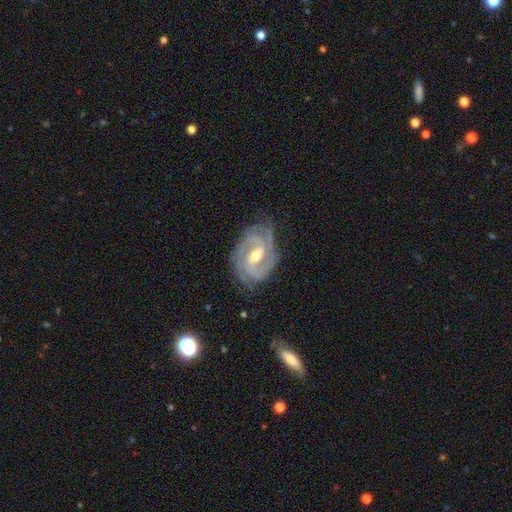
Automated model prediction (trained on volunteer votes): smooth-or-featured: featured or disk: 91% | smooth: 5% | star or artifact: 4%
  disk-edge-on: no: 97% | yes: 3%
    bar: weak: 51% | strong: 33% | no: 17%
    has-spiral-arms: yes: 97% | no: 3%
      spiral-winding: tight: 60% | medium: 34% | loose: 6%
      spiral-arm-count: 2: 48% | 3: 27% | can't tell: 12% | 4: 6% | 1: 4% | more than 4: 4%
    bulge-size: moderate: 64% | small: 32% | large: 3% | none: 1% | dominant: 1%
  merging: none: 76% | minor disturbance: 18% | major disturbance: 5% | merger: 1%